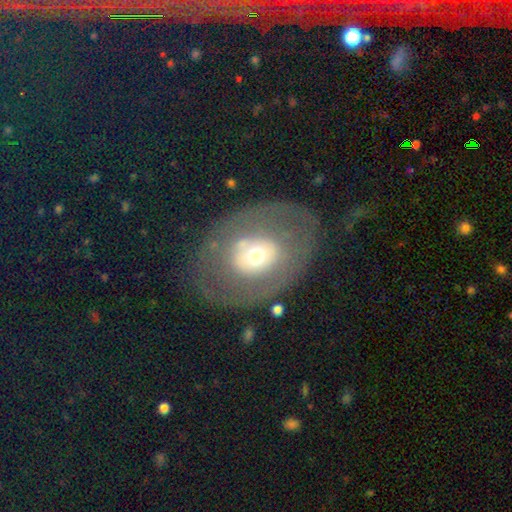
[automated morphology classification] Overall: featured or disk (55%; smooth 38%). Edge-on disk: no (93%). Bar: no (76%). Spiral arms: no (81%). Bulge size: moderate (60%; small 22%). Merging: none (73%).